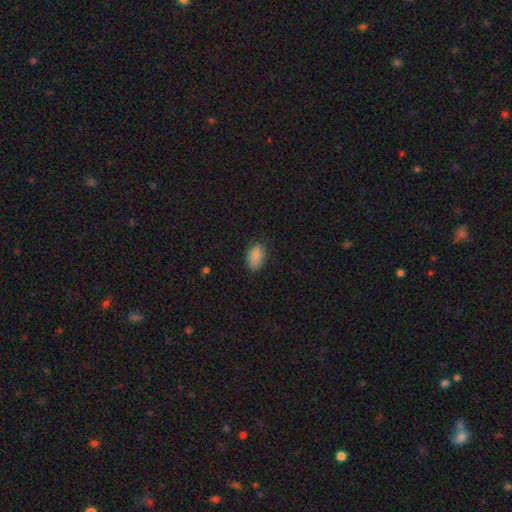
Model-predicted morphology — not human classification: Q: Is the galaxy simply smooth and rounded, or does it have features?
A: smooth — 87%.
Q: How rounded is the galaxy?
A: in between — 92%.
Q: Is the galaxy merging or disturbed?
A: none — 77%.